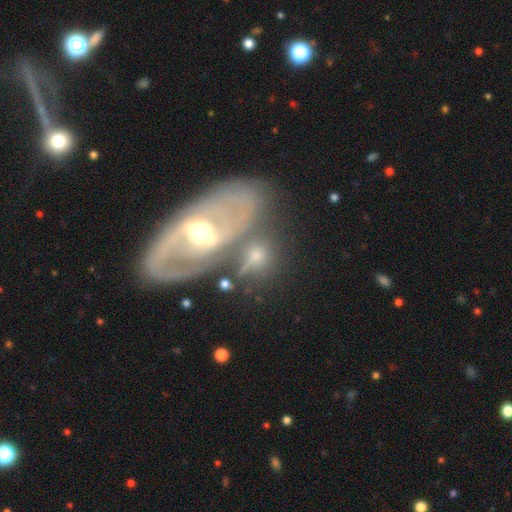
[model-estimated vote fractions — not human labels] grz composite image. It shows a featured or disk galaxy (59%) with a weak bar (36%), spiral arms (64%) and a moderate central bulge (67%). Merging: none (49%).